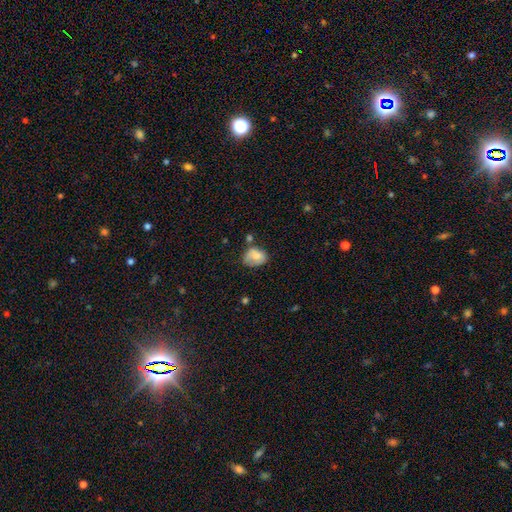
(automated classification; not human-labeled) A smooth galaxy with no disk features (69%) that is in between round and cigar-shaped (65%). Merging: none (44%).